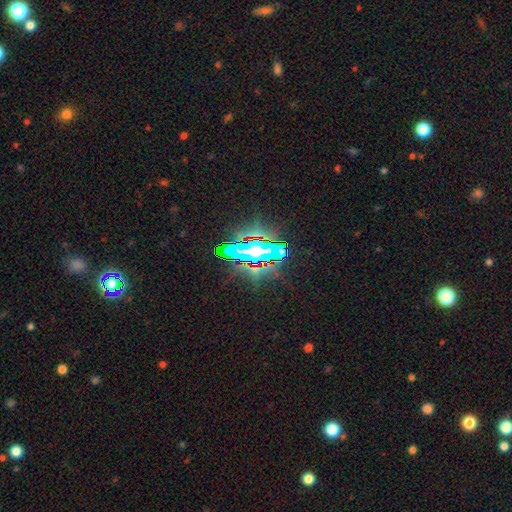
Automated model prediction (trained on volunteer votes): Overall: star or artifact (66%).